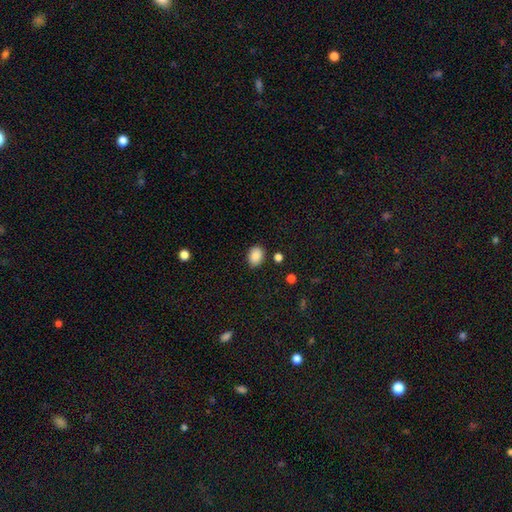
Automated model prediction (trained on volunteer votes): This is clearly a smooth galaxy (87%). How rounded: likely in between (65%). Merging: clearly none (84%).